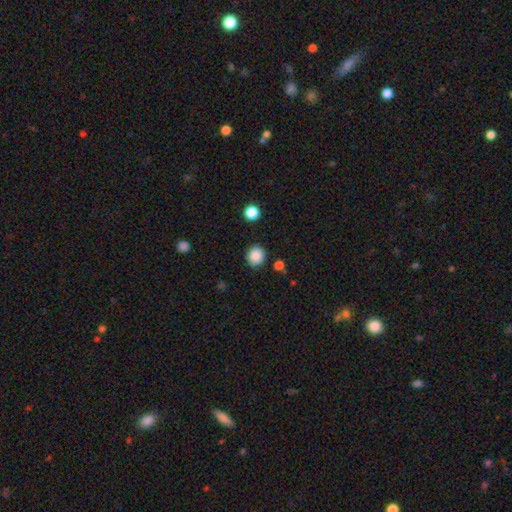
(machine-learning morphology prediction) type=smooth (87%); roundness=round (86%); merging=none (87%).